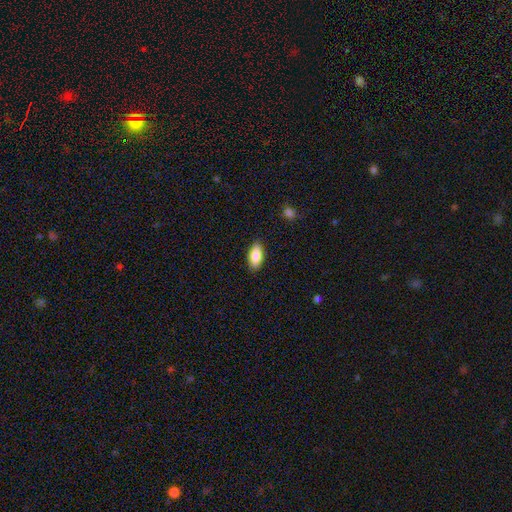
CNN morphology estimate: smooth-or-featured: smooth: 85% | featured or disk: 9% | star or artifact: 6%
  how-rounded: in between: 87% | cigar-shaped: 11% | round: 3%
  merging: none: 88% | minor disturbance: 9% | major disturbance: 2% | merger: 1%